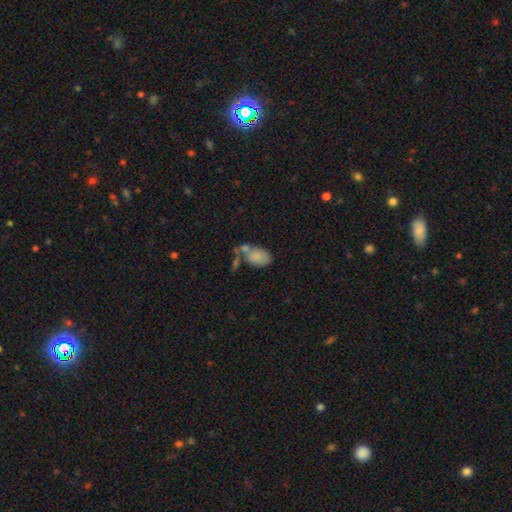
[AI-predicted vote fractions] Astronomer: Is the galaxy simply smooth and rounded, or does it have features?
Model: smooth — 75%.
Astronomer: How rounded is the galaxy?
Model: in between — 89%.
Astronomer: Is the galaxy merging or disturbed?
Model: merger — 40% (runner-up: none, 28%).